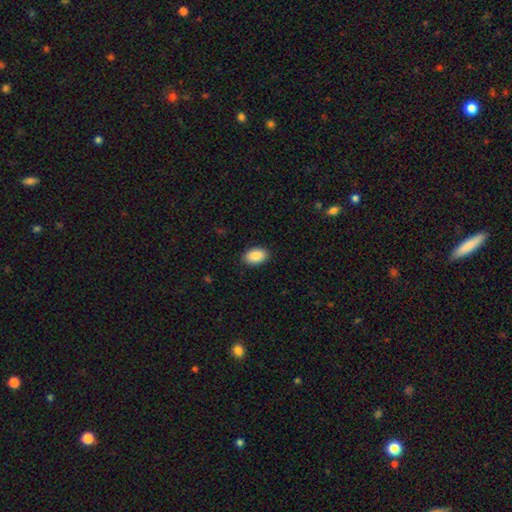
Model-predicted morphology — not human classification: A smooth galaxy with no disk features (89%) that is in between round and cigar-shaped (91%).

Vote fractions:
- Smooth or featured? smooth: 89% / star or artifact: 7% / featured or disk: 4%
- How rounded? in between: 91% / round: 8% / cigar-shaped: 1%
- Merging? none: 90% / minor disturbance: 8% / major disturbance: 2% / merger: 1%